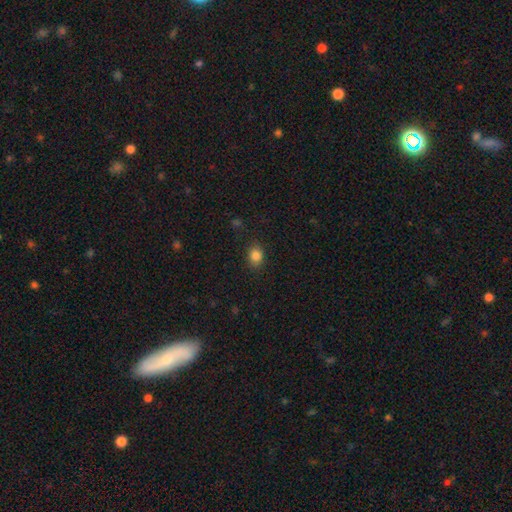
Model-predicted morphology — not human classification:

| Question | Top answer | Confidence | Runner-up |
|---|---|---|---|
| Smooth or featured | smooth | 85% | star or artifact (11%) |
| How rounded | in between | 50% | round (48%) |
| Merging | none | 85% | minor disturbance (11%) |